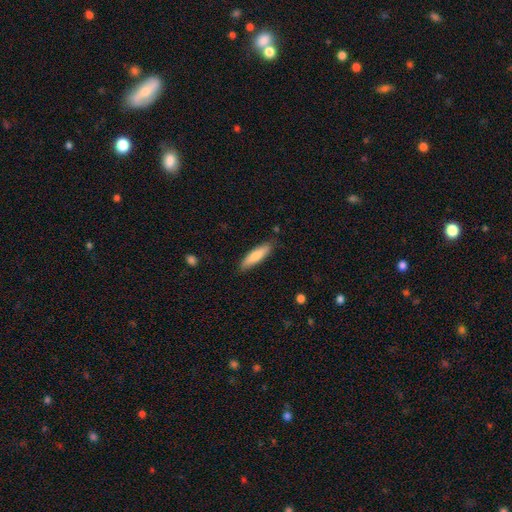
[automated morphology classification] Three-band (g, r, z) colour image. It shows a smooth galaxy with no disk features (79%) that is cigar-shaped (71%). Merging: none (85%).